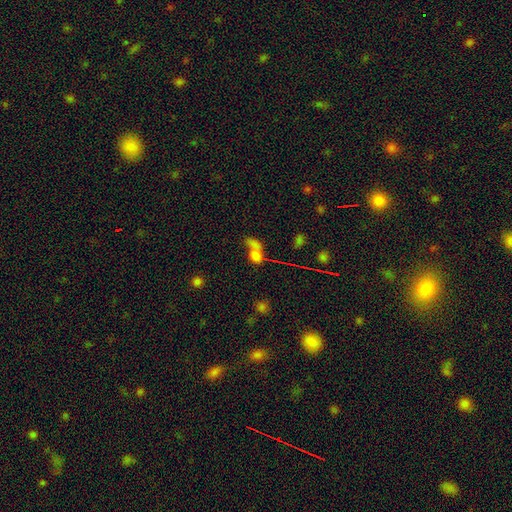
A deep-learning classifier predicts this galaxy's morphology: The model was most divided on "how rounded": in between: 51%, round: 44%, cigar-shaped: 6%. More confident: smooth or featured — smooth (66%); merging — merger (51%).